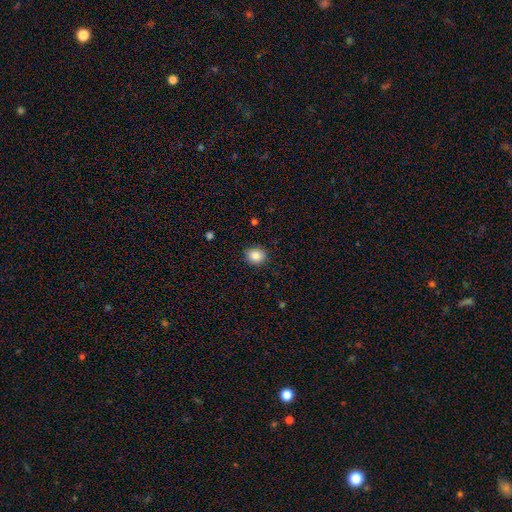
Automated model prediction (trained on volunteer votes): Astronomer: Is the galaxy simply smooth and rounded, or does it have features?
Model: smooth — 87%.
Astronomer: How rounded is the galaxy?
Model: round — 67%.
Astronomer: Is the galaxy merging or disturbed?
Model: none — 85%.